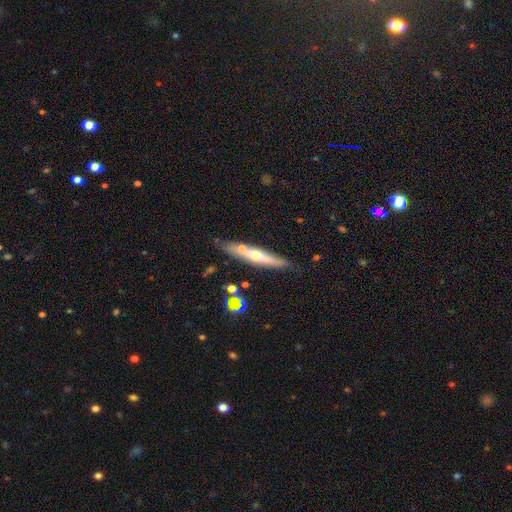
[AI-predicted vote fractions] smooth_or_featured: featured or disk (p=0.58) [alt: smooth p=0.35]
disk_edge_on: yes (p=0.88) [alt: no p=0.12]
edge_on_bulge: rounded (p=0.82) [alt: none p=0.15]
merging: none (p=0.76) [alt: minor disturbance p=0.14]